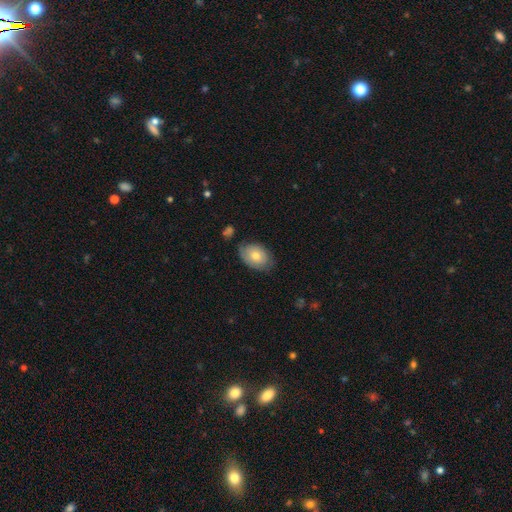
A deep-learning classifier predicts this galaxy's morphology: smooth 68%, featured or disk 25%, star or artifact 7%. Down the decision tree: how rounded — in between (83%); merging — none (71%).